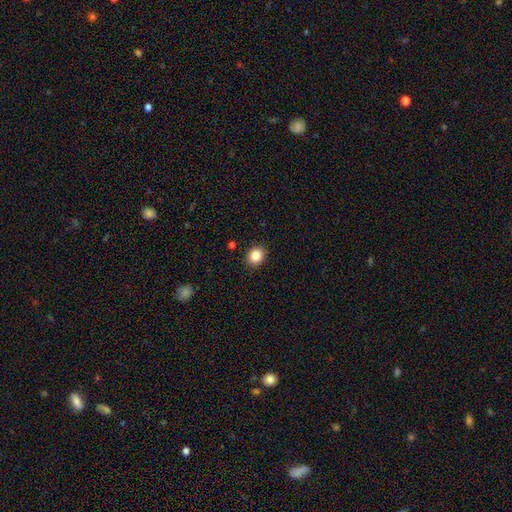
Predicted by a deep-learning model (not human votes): The model was most divided on "how rounded": round: 69%, in between: 30%, cigar-shaped: 1%. More confident: merging — none (90%); smooth or featured — smooth (86%).